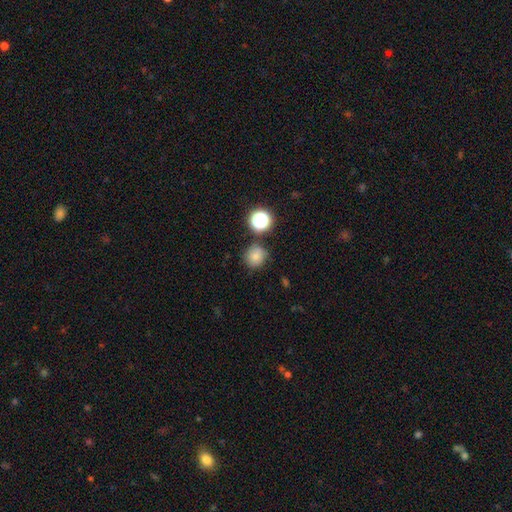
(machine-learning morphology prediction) Smooth or featured? smooth (75%)
How rounded? round (90%)
Merging? none (77%)